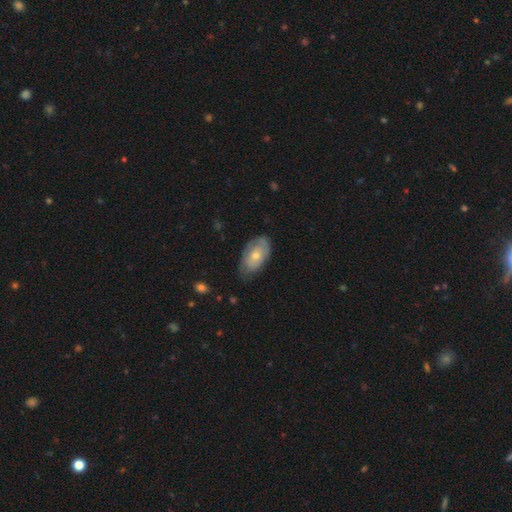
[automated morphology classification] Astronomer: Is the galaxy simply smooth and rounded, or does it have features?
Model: smooth — 56% (runner-up: featured or disk, 39%).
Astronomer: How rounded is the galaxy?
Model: in between — 93%.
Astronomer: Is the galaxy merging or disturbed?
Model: none — 63%.